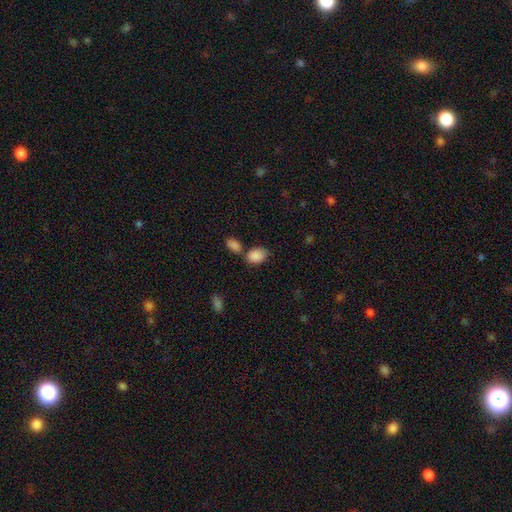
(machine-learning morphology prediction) smooth_or_featured: smooth (p=0.88) [alt: star or artifact p=0.08]
how_rounded: in between (p=0.85) [alt: round p=0.13]
merging: none (p=0.57) [alt: merger p=0.26]